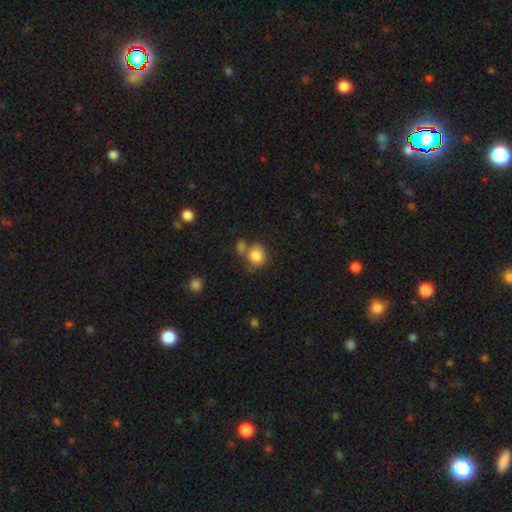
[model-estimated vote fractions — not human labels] smooth_or_featured: smooth (p=0.84) [alt: star or artifact p=0.09]
how_rounded: round (p=0.77) [alt: in between p=0.22]
merging: none (p=0.51) [alt: merger p=0.29]